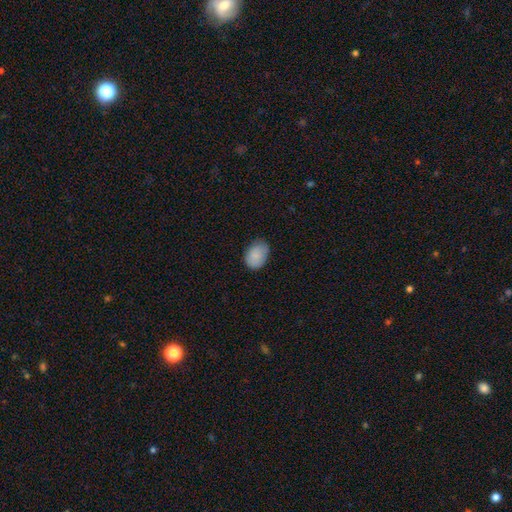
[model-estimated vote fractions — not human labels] smooth_or_featured: smooth (p=0.87) [alt: star or artifact p=0.07]
how_rounded: in between (p=0.75) [alt: round p=0.24]
merging: none (p=0.74) [alt: minor disturbance p=0.21]